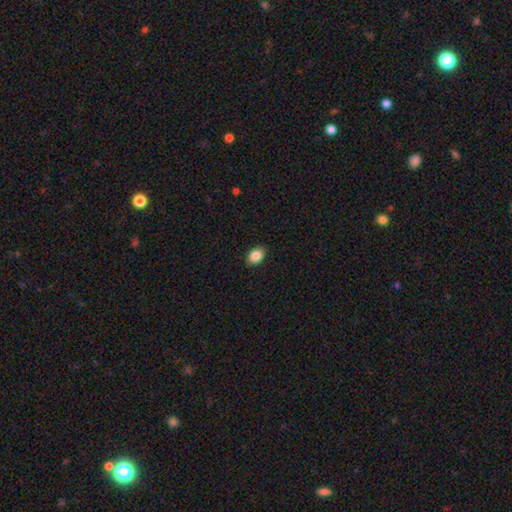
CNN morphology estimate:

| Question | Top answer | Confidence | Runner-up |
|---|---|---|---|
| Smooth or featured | smooth | 86% | star or artifact (8%) |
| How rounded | in between | 75% | round (24%) |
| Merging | none | 89% | minor disturbance (8%) |